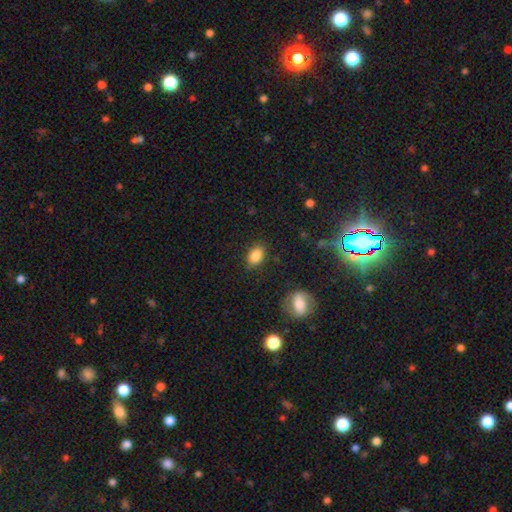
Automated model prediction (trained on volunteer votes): smooth_or_featured: smooth (p=0.85) [alt: star or artifact p=0.09]
how_rounded: in between (p=0.84) [alt: round p=0.14]
merging: none (p=0.84) [alt: minor disturbance p=0.11]